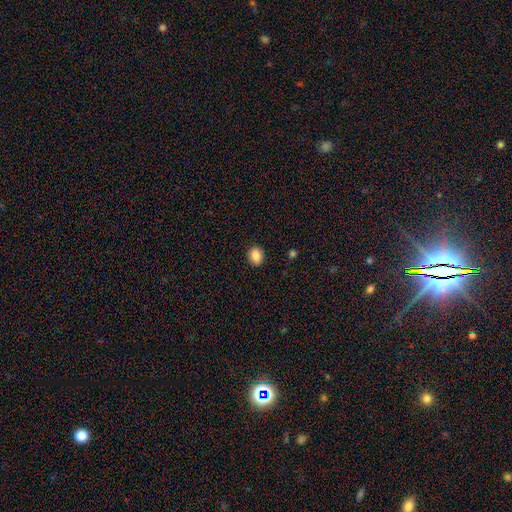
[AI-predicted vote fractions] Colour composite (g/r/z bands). It shows a smooth galaxy with no disk features (86%) that is round (57%). Merging: none (90%).